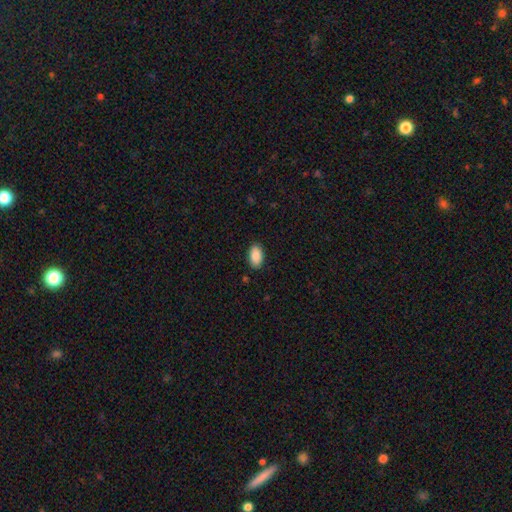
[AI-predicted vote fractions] The model was most divided on "merging": none: 88%, minor disturbance: 8%, major disturbance: 2%, merger: 1%. More confident: how rounded — in between (94%); smooth or featured — smooth (89%).